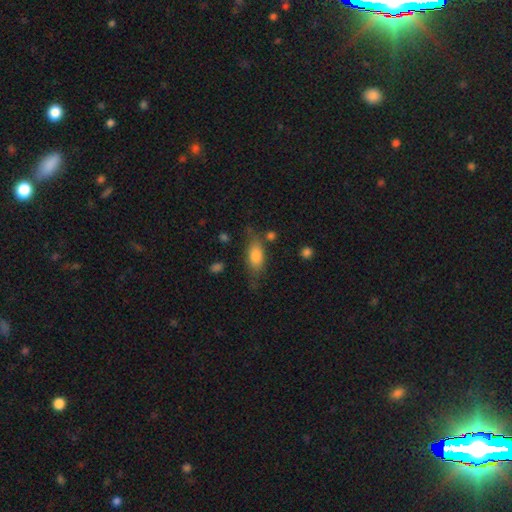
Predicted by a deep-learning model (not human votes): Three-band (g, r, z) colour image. It shows a smooth galaxy with no disk features (79%) that is in between round and cigar-shaped (82%). Merging: none (61%).